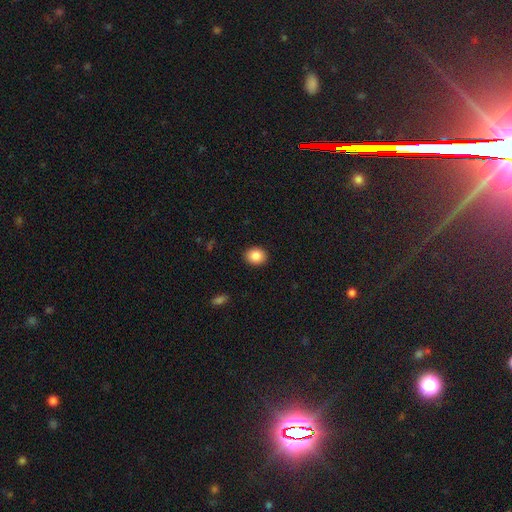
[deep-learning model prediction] A smooth galaxy with no disk features (87%) that is round (61%). Merging: none (91%).